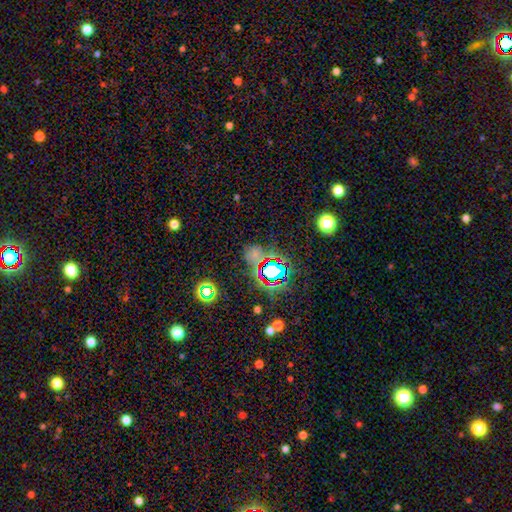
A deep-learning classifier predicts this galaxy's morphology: This appears to be a star or artifact, not a galaxy (57%).